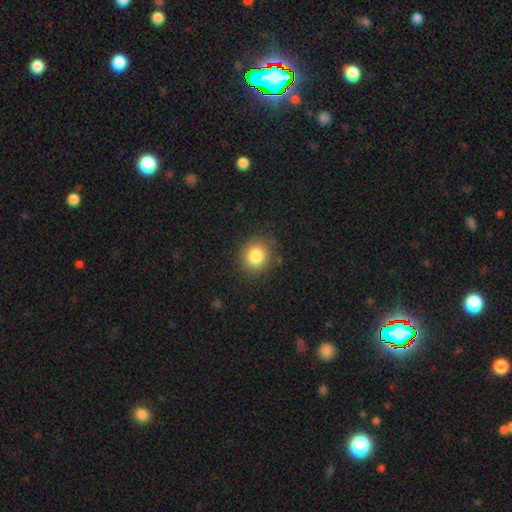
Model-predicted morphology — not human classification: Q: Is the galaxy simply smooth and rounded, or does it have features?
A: smooth — 83%.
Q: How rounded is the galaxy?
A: round — 79%.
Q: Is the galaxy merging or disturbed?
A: none — 85%.